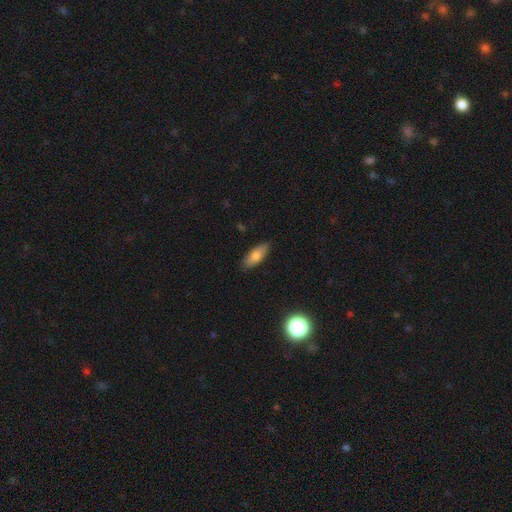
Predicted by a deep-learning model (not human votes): Overall: smooth (78%). How rounded: in between (77%). Merging: none (85%).